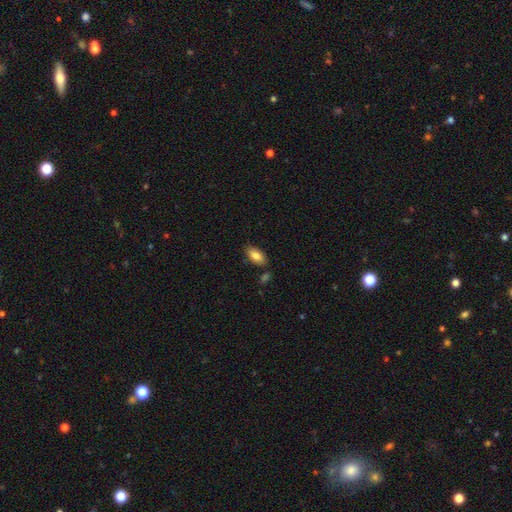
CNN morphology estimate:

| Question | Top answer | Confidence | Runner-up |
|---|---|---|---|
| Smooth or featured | smooth | 84% | featured or disk (9%) |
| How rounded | in between | 93% | cigar-shaped (5%) |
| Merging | none | 80% | minor disturbance (12%) |